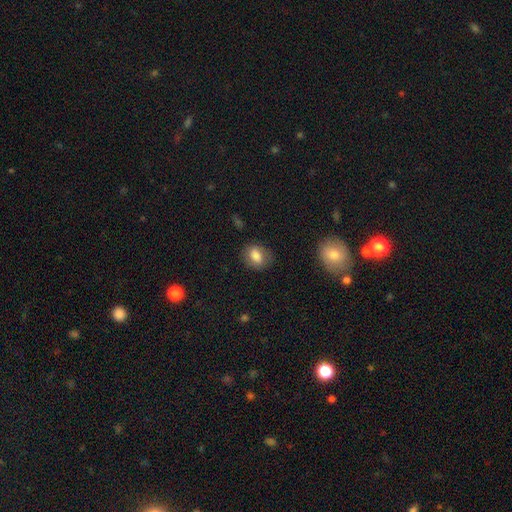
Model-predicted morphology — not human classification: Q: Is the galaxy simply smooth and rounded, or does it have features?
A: smooth — 80%.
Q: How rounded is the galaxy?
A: in between — 66%.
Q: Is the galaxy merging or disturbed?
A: none — 77%.